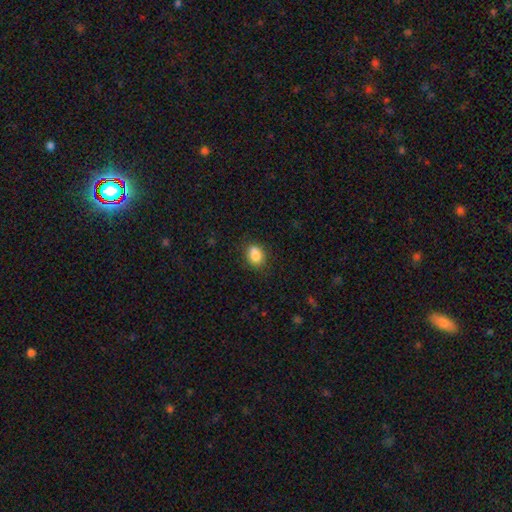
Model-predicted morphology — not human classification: Q: Smooth or featured?
A: smooth (86%); runner-up: star or artifact (9%)
Q: How rounded?
A: in between (70%); runner-up: round (29%)
Q: Merging?
A: none (79%); runner-up: minor disturbance (15%)